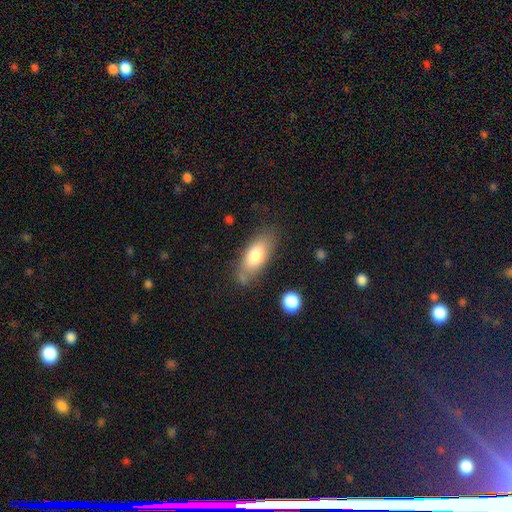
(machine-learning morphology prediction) Overall: smooth (77%). How rounded: in between (80%). Merging: none (71%).